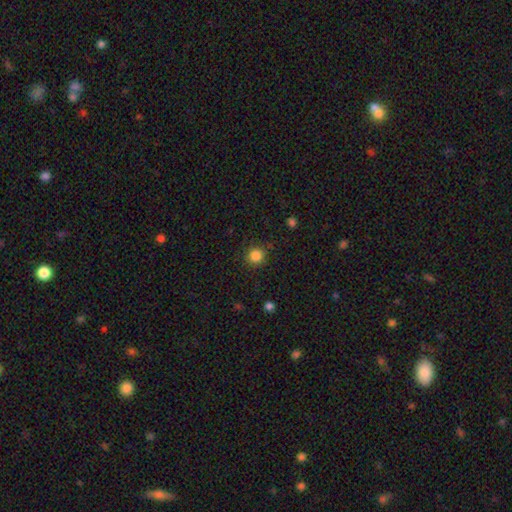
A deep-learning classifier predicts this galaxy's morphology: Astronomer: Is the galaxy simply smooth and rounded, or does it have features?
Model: smooth — 85%.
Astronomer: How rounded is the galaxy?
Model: round — 94%.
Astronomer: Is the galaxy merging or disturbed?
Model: none — 89%.